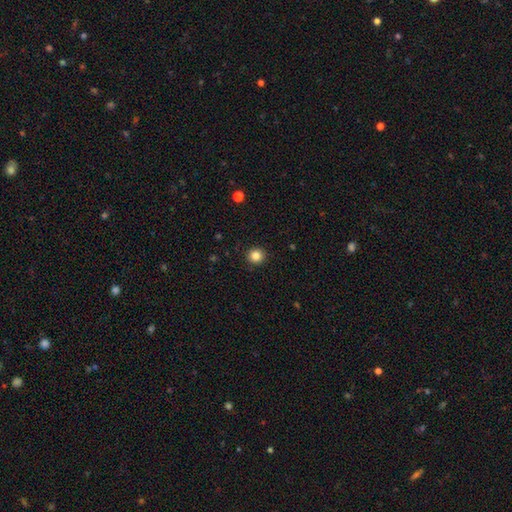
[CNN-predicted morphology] Smooth or featured?
  - smooth: 84% *
  - star or artifact: 11%
  - featured or disk: 5%
How rounded?
  - round: 93% *
  - in between: 6%
  - cigar-shaped: 1%
Merging?
  - none: 92% *
  - minor disturbance: 5%
  - major disturbance: 2%
  - merger: 1%